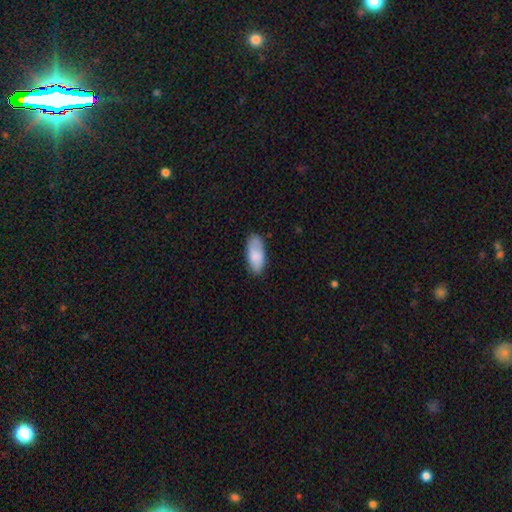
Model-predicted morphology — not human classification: Smooth or featured: smooth — 83% (featured or disk — 11%)
How rounded: in between — 89% (cigar-shaped — 9%)
Merging: none — 77% (minor disturbance — 18%)